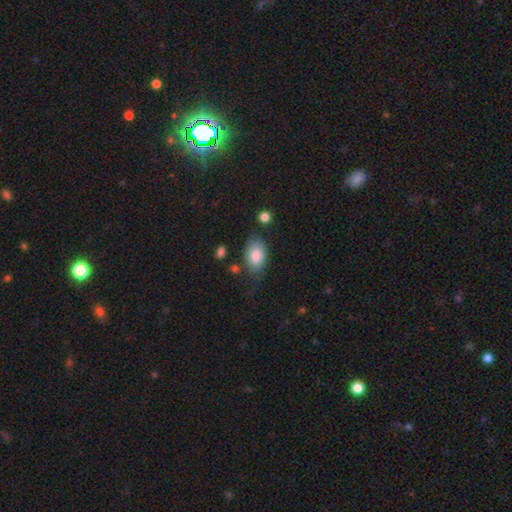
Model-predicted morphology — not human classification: smooth-or-featured: smooth: 81% | featured or disk: 12% | star or artifact: 7%
  how-rounded: in between: 90% | round: 9% | cigar-shaped: 1%
  merging: none: 63% | minor disturbance: 24% | major disturbance: 8% | merger: 4%